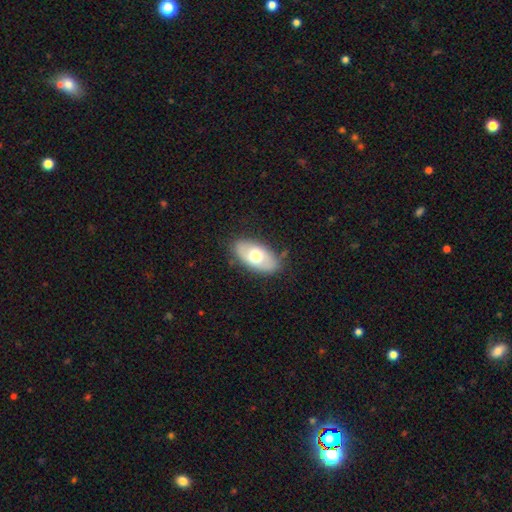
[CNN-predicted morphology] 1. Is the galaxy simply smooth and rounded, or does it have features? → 60% smooth, 34% featured or disk, 6% star or artifact.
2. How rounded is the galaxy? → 93% in between, 4% round, 3% cigar-shaped.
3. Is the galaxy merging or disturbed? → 81% none, 14% minor disturbance, 4% major disturbance, 1% merger.